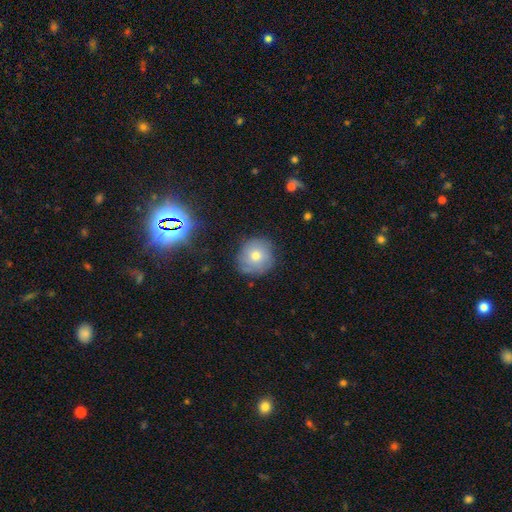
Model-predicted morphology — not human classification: smooth 64%, featured or disk 24%, star or artifact 12%. Down the decision tree: how rounded — round (91%); merging — none (78%).